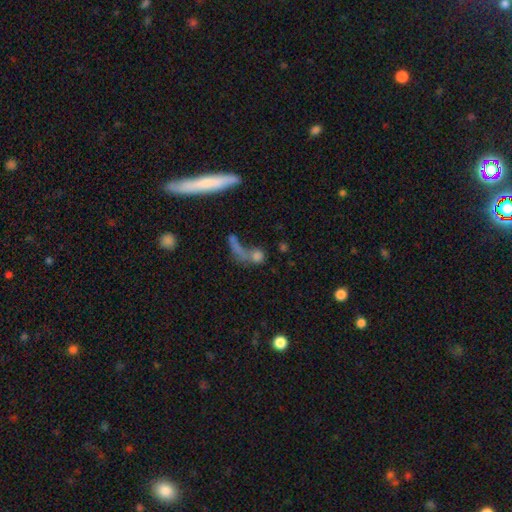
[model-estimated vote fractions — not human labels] Smooth or featured: smooth — 60% (featured or disk — 21%)
How rounded: round — 47% (in between — 33%)
Merging: merger — 38% (none — 37%)